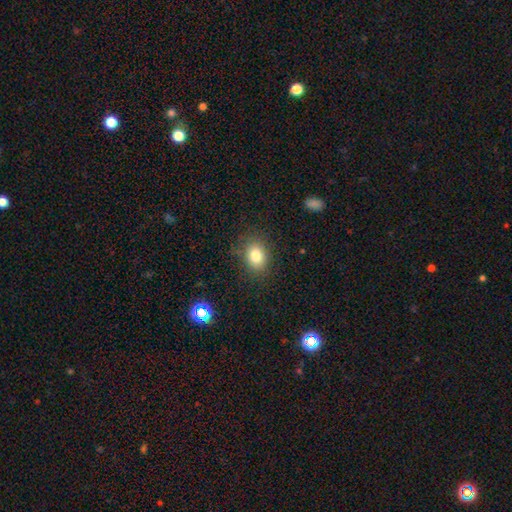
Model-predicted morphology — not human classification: smooth-or-featured: smooth: 81% | star or artifact: 11% | featured or disk: 8%
  how-rounded: in between: 58% | round: 41% | cigar-shaped: 1%
  merging: none: 84% | minor disturbance: 11% | major disturbance: 4% | merger: 1%